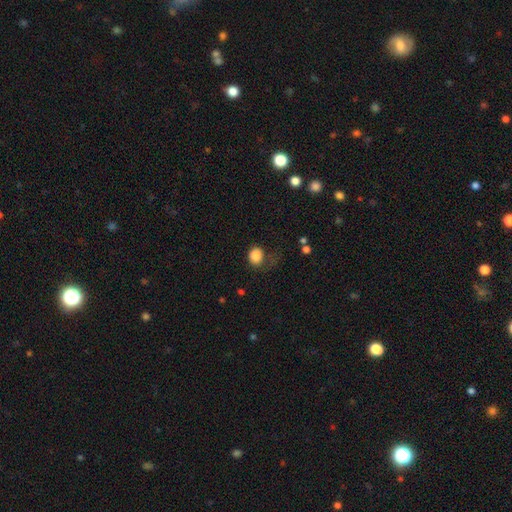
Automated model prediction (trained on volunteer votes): A smooth galaxy with no disk features (86%) that is round (68%).

Vote fractions:
- Smooth or featured? smooth: 86% / star or artifact: 9% / featured or disk: 5%
- How rounded? round: 68% / in between: 31% / cigar-shaped: 1%
- Merging? none: 58% / minor disturbance: 23% / major disturbance: 16% / merger: 3%